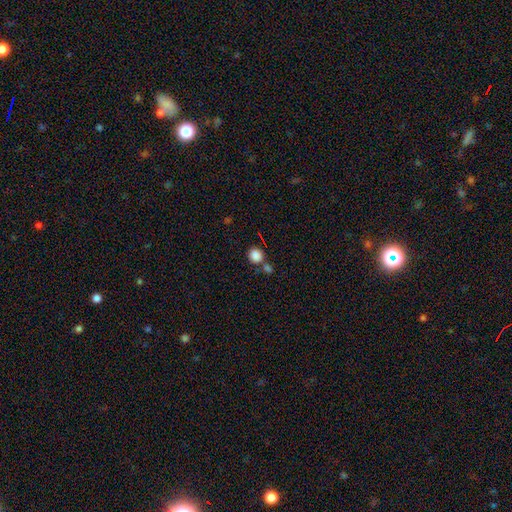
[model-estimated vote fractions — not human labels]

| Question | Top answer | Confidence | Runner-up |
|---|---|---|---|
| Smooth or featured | smooth | 86% | star or artifact (10%) |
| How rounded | round | 87% | in between (12%) |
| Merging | none | 59% | merger (26%) |